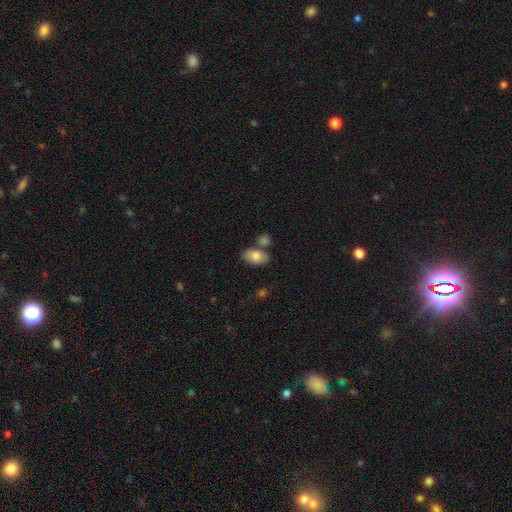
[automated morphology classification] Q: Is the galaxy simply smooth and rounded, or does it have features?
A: smooth — 82%.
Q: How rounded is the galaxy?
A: in between — 89%.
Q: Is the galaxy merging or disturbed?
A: none — 61%.